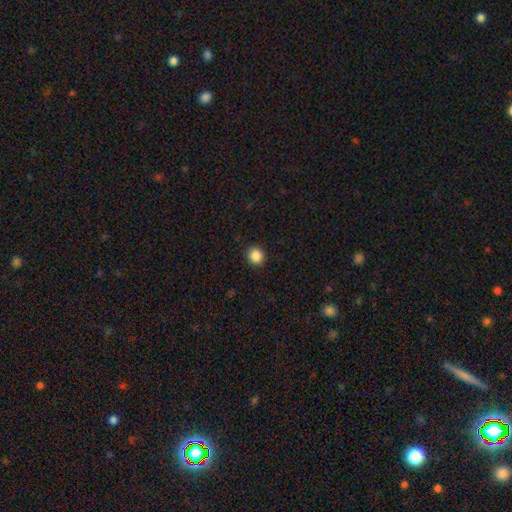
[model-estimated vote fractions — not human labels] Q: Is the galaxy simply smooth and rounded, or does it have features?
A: smooth — 87%.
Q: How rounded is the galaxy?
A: round — 90%.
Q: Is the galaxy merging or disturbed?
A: none — 92%.